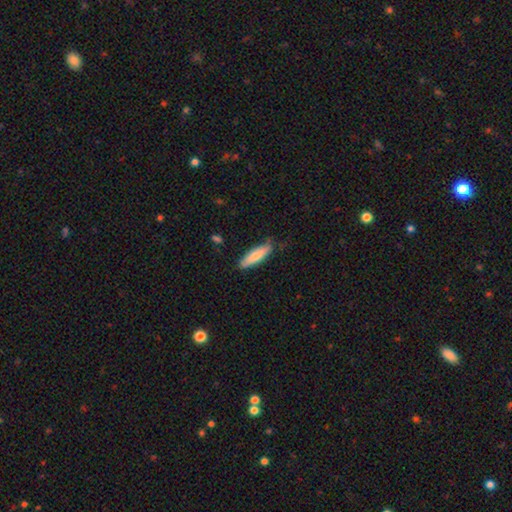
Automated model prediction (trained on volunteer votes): smooth_or_featured: smooth (p=0.78) [alt: featured or disk p=0.17]
how_rounded: cigar-shaped (p=0.63) [alt: in between p=0.35]
merging: none (p=0.75) [alt: minor disturbance p=0.20]